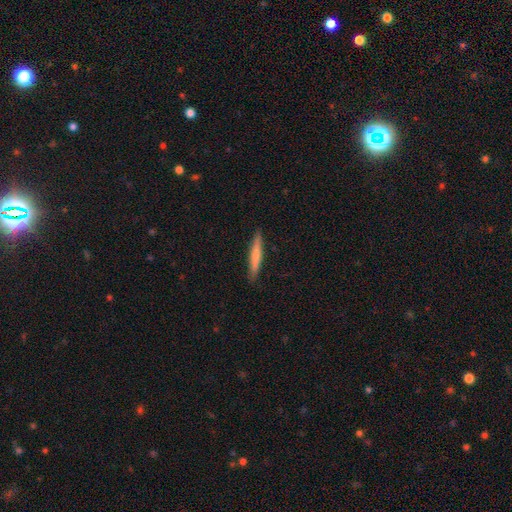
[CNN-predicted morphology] type=smooth (66%); roundness=cigar-shaped (94%); merging=none (90%).